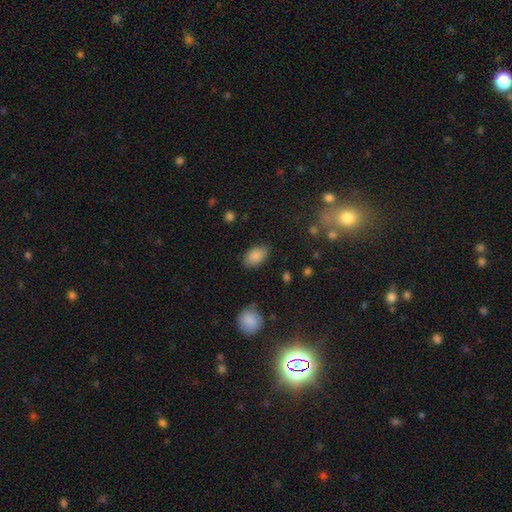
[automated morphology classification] This appears to be a smooth galaxy with no disk features (86%) that is in between round and cigar-shaped (91%). Merging: none (81%).